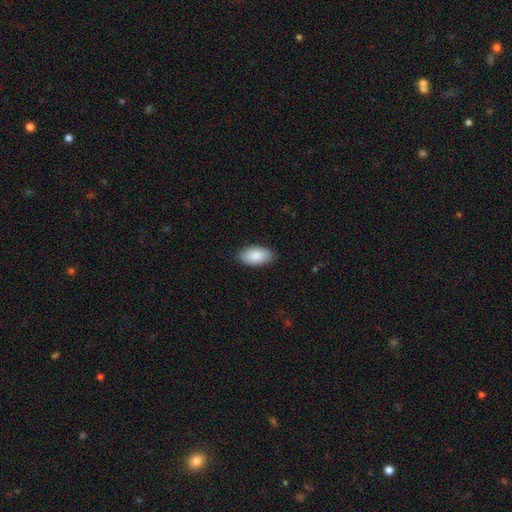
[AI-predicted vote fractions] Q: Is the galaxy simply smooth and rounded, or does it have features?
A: smooth — 88%.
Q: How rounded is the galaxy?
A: in between — 95%.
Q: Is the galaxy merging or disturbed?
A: none — 87%.